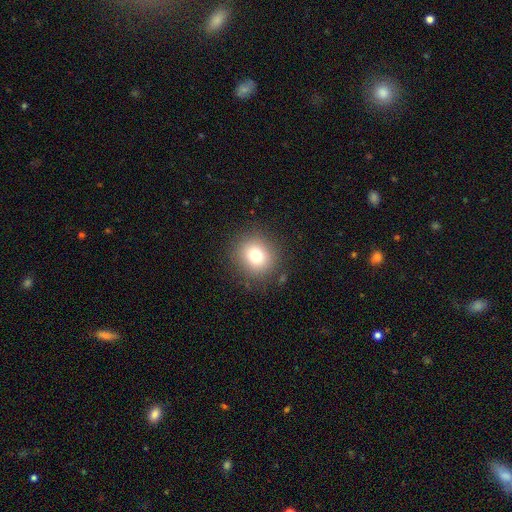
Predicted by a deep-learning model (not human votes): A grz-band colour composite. It shows a smooth galaxy with no disk features (77%) that is round (86%). Merging: none (87%).